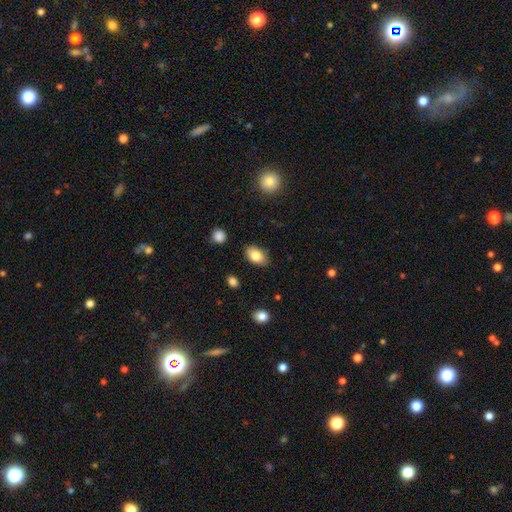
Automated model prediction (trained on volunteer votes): This is clearly a smooth galaxy (82%). How rounded: clearly in between (89%). Merging: clearly none (85%).